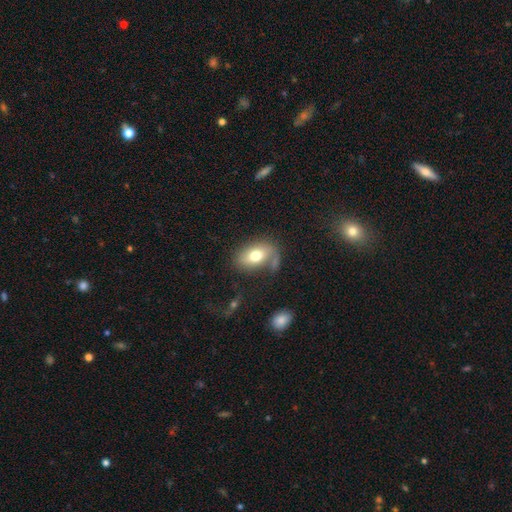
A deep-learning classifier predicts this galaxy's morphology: A smooth galaxy with no disk features (71%) that is in between round and cigar-shaped (86%). Merging: none (57%).